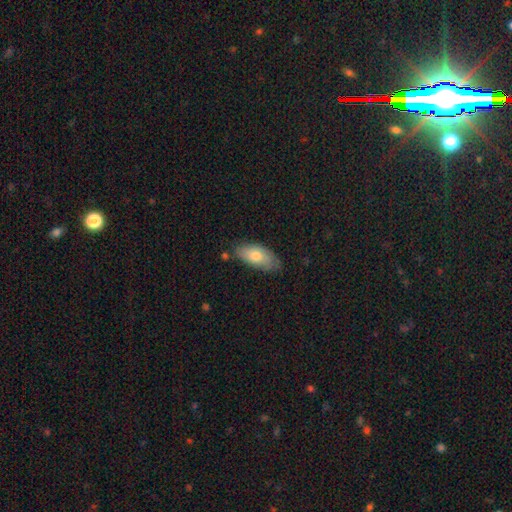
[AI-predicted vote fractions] Overall: smooth (73%). How rounded: in between (87%). Merging: none (68%).